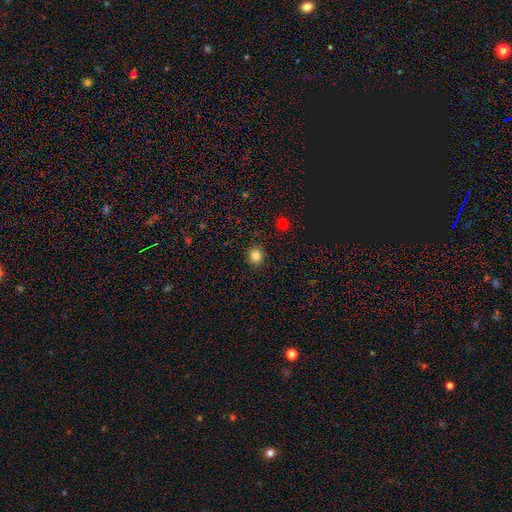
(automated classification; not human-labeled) Smooth or featured? Predicted: smooth (p=0.84). How rounded? Predicted: round (p=0.84). Merging? Predicted: none (p=0.90).